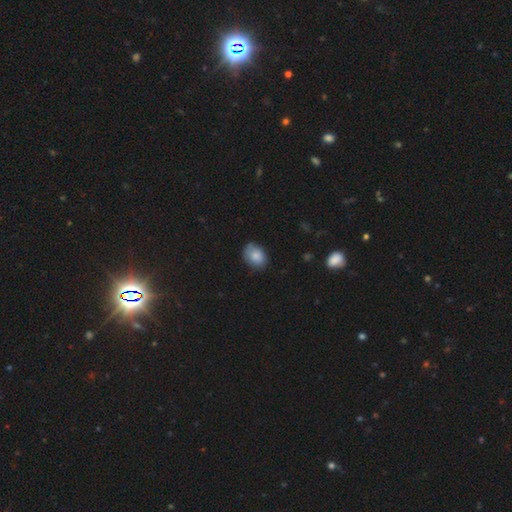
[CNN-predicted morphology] Smooth or featured: smooth — 83% (featured or disk — 9%)
How rounded: in between — 66% (round — 33%)
Merging: none — 70% (minor disturbance — 24%)